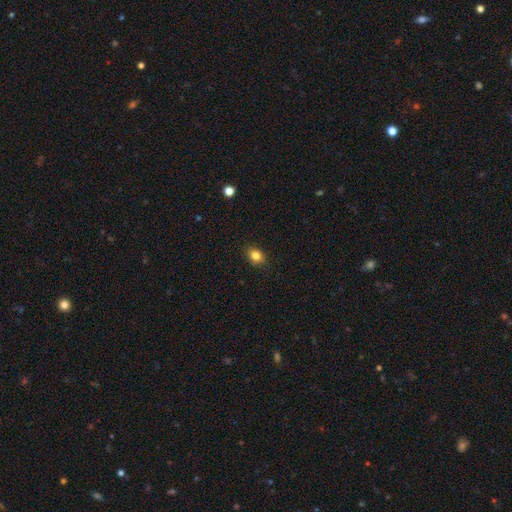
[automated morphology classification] Smooth or featured? Predicted: smooth (p=0.83). How rounded? Predicted: in between (p=0.61). Merging? Predicted: none (p=0.87).